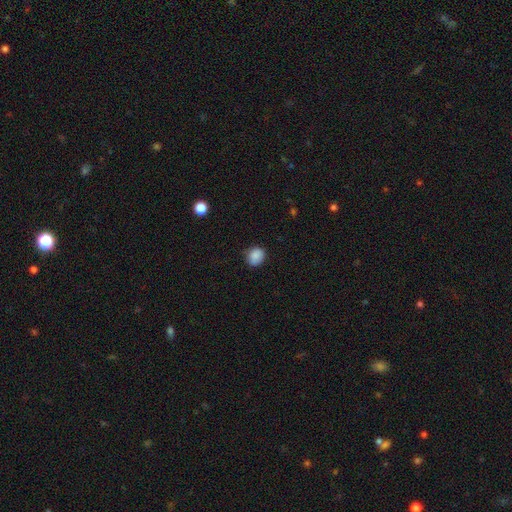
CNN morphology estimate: The model was most divided on "how rounded": round: 68%, in between: 31%, cigar-shaped: 1%. More confident: smooth or featured — smooth (86%); merging — none (76%).